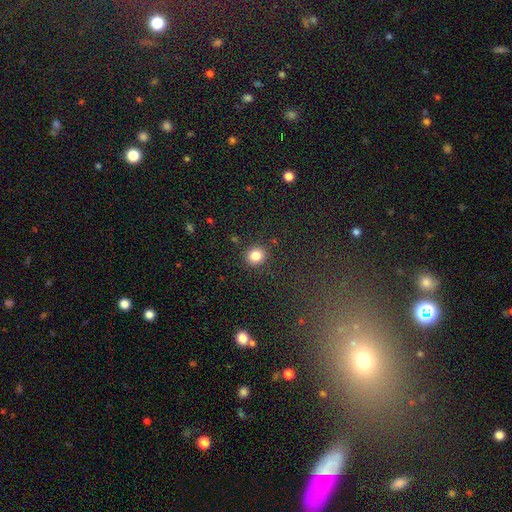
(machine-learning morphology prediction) This is clearly a smooth galaxy (83%). How rounded: clearly round (86%). Merging: clearly none (88%).